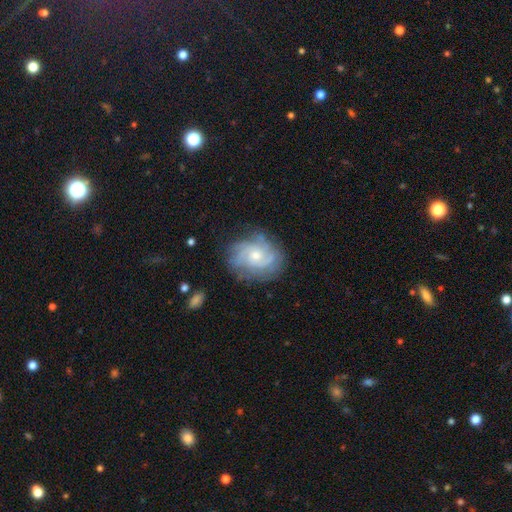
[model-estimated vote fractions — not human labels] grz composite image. It shows a featured or disk galaxy (79%) with no bar (75%), tight (53%) spiral arms (93%) and a small central bulge (52%). Merging: none (73%).